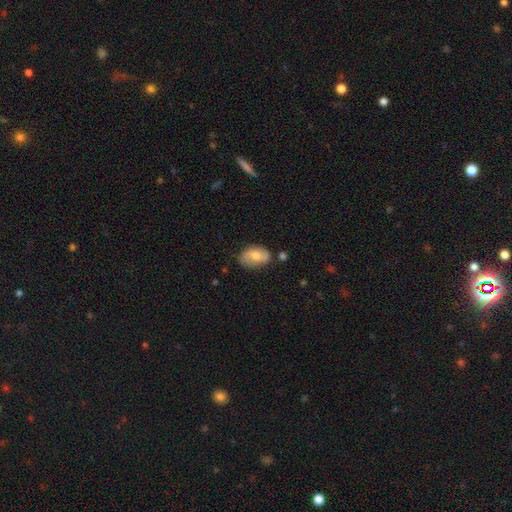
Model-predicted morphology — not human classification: smooth_or_featured: smooth (p=0.62) [alt: featured or disk p=0.31]
how_rounded: in between (p=0.89) [alt: round p=0.10]
merging: none (p=0.67) [alt: minor disturbance p=0.24]